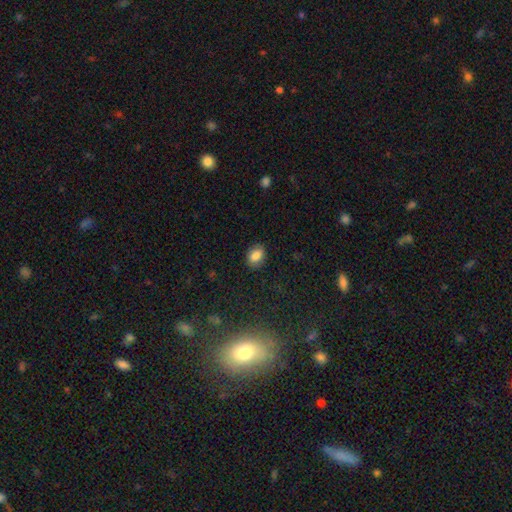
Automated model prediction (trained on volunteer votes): smooth-or-featured: smooth: 84% | star or artifact: 9% | featured or disk: 6%
  how-rounded: in between: 70% | round: 28% | cigar-shaped: 1%
  merging: none: 86% | minor disturbance: 10% | major disturbance: 3% | merger: 1%